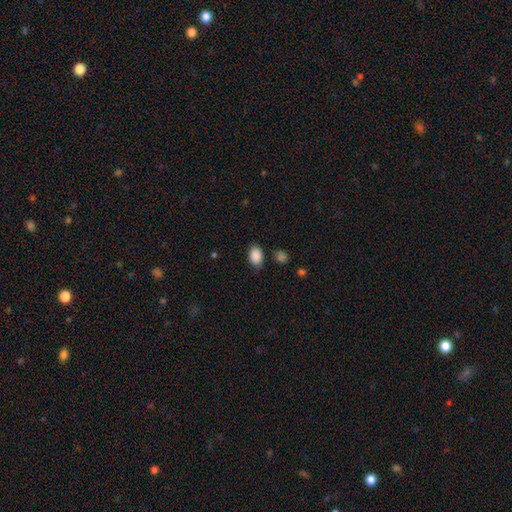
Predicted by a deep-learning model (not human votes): smooth_or_featured: smooth (p=0.89) [alt: star or artifact p=0.08]
how_rounded: in between (p=0.84) [alt: round p=0.14]
merging: none (p=0.76) [alt: minor disturbance p=0.17]